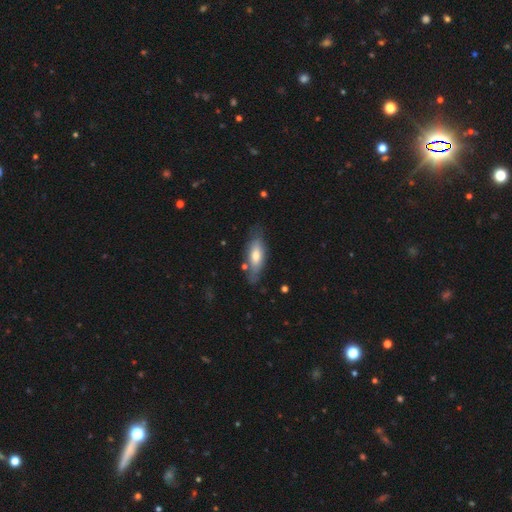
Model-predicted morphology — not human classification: This appears to be a smooth galaxy with no disk features (65%) that is in between round and cigar-shaped (70%). Merging: none (70%).